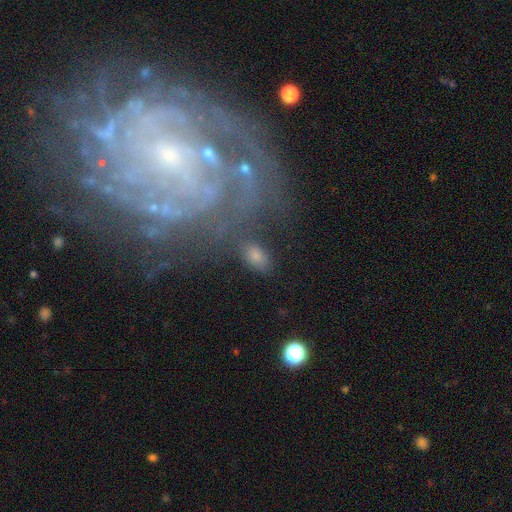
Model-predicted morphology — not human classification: This is likely a smooth galaxy (73%). How rounded: clearly in between (89%). Merging: likely none (73%).